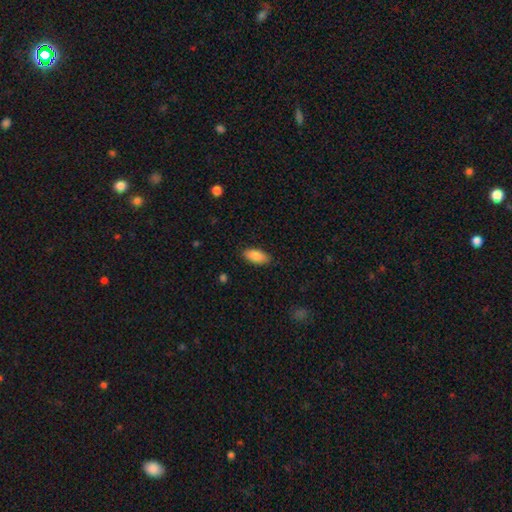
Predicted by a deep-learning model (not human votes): The model was most divided on "merging": none: 86%, minor disturbance: 10%, major disturbance: 2%, merger: 1%. More confident: smooth or featured — smooth (89%); how rounded — in between (88%).